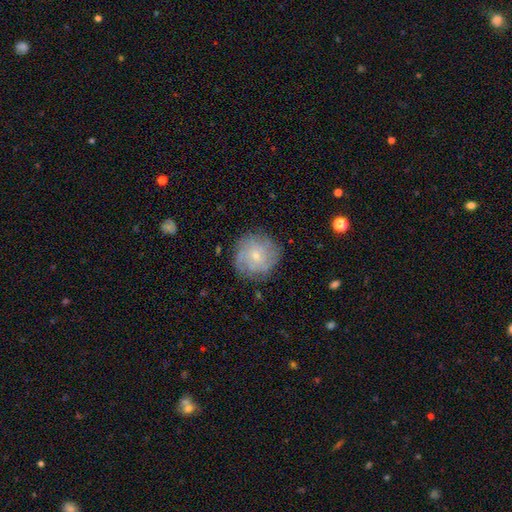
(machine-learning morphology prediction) This appears to be a featured or disk galaxy (53%) with no bar (77%), spiral arms (78%) and a small central bulge (75%). Merging: none (79%).